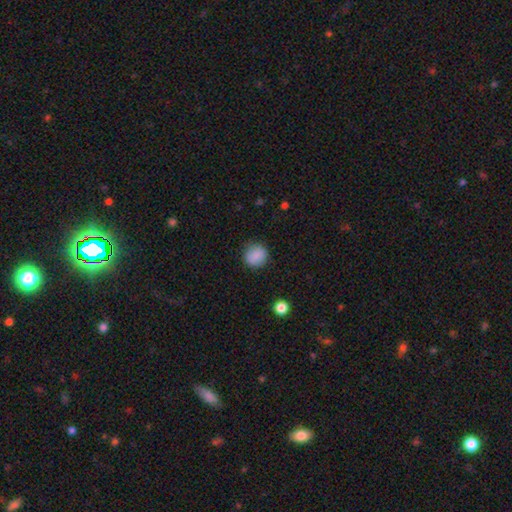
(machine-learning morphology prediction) smooth_or_featured: smooth (p=0.87) [alt: star or artifact p=0.09]
how_rounded: round (p=0.89) [alt: in between p=0.10]
merging: none (p=0.87) [alt: minor disturbance p=0.09]